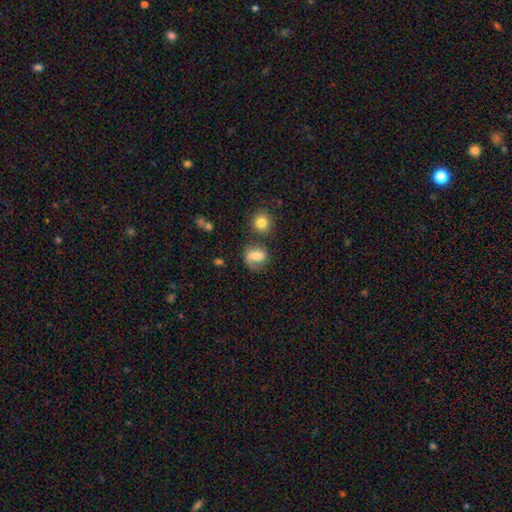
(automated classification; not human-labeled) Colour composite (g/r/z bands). It shows a featured or disk galaxy (47%). Merging: none (60%).